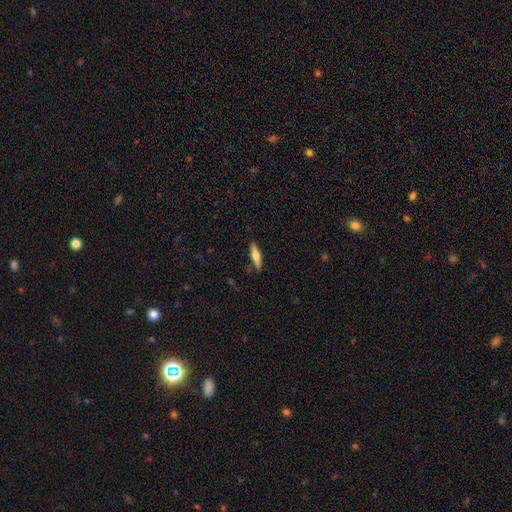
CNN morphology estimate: This appears to be a smooth galaxy with no disk features (59%) that is cigar-shaped (74%). Merging: none (87%).